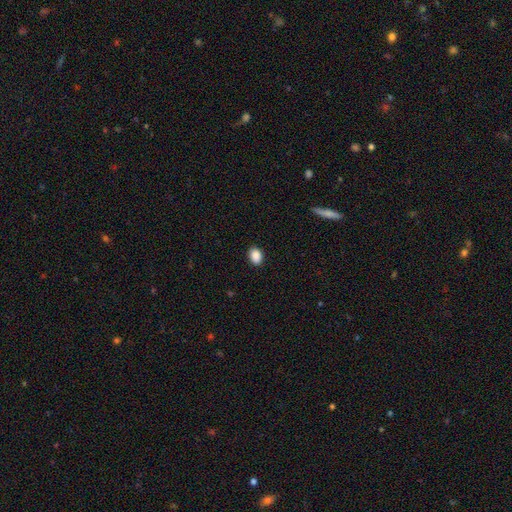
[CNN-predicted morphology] This appears to be a smooth galaxy with no disk features (90%) that is in between round and cigar-shaped (75%). Merging: none (89%).